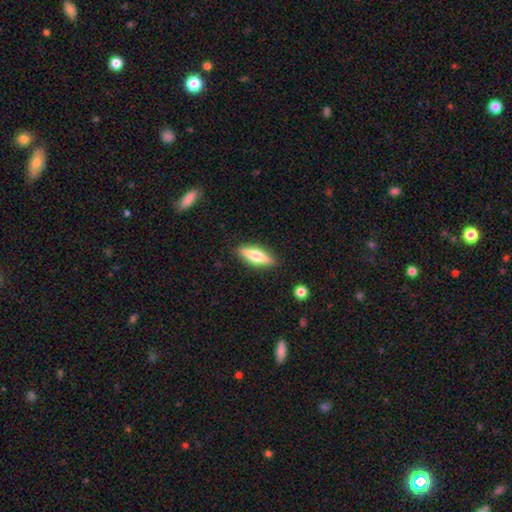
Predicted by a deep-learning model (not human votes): A smooth galaxy with no disk features (51%) that is cigar-shaped (57%). Merging: none (88%).